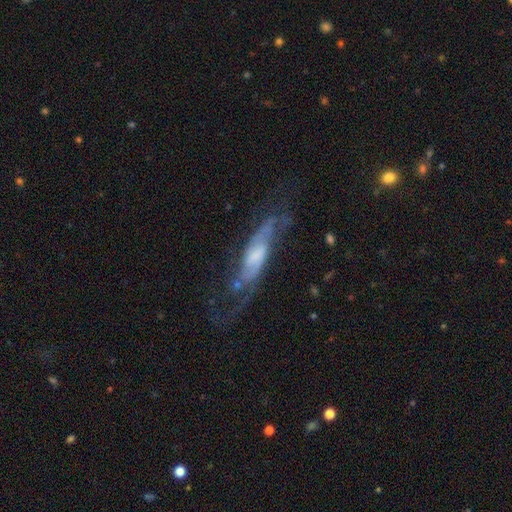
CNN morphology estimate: Overall: featured or disk (77%). Edge-on disk: no (70%). Bar: no (44%; weak 41%). Spiral arms: yes (89%). Bulge size: moderate (34%; small 30%). Merging: none (54%; major disturbance 22%).